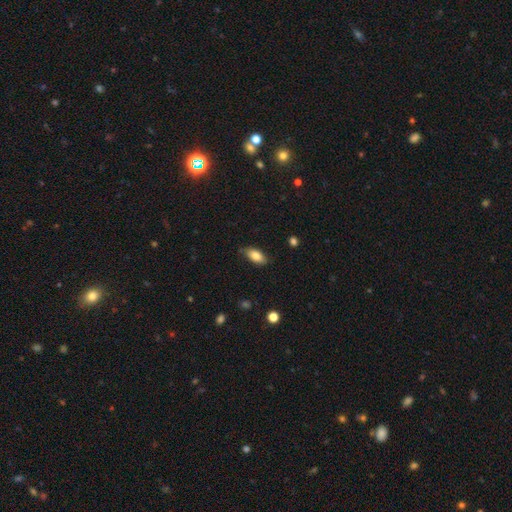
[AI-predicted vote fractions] Overall: smooth (82%). How rounded: in between (89%). Merging: none (79%).